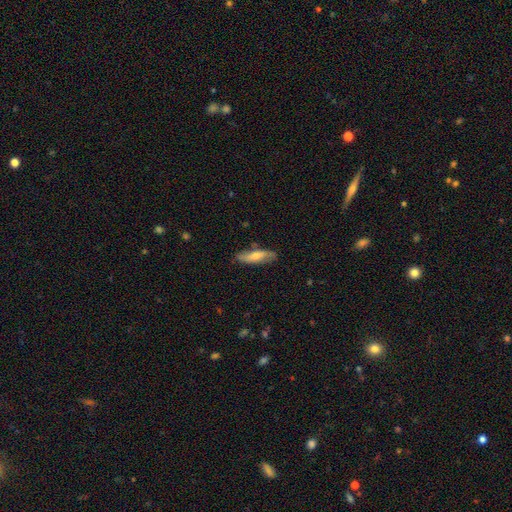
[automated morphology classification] Smooth or featured?
  - smooth: 49% *
  - featured or disk: 45%
  - star or artifact: 6%
Merging?
  - none: 81% *
  - minor disturbance: 14%
  - major disturbance: 3%
  - merger: 1%